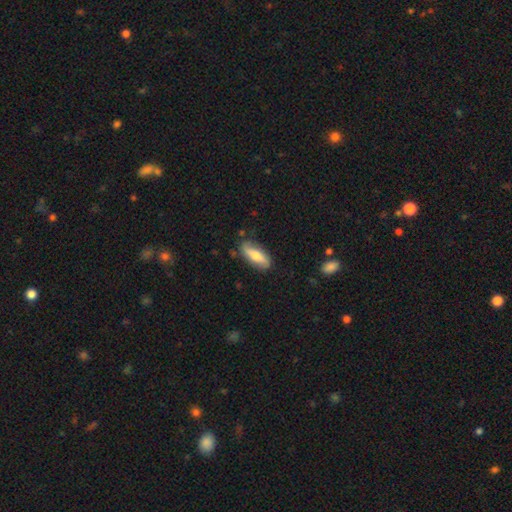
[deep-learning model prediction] Smooth or featured? smooth (55%)
How rounded? in between (65%)
Merging? none (78%)